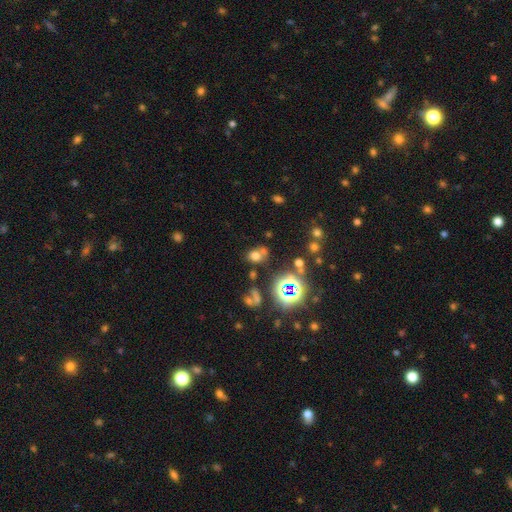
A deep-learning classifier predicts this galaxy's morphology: The model was most divided on "how rounded": round: 58%, in between: 41%, cigar-shaped: 1%. More confident: smooth or featured — smooth (62%); merging — none (54%).